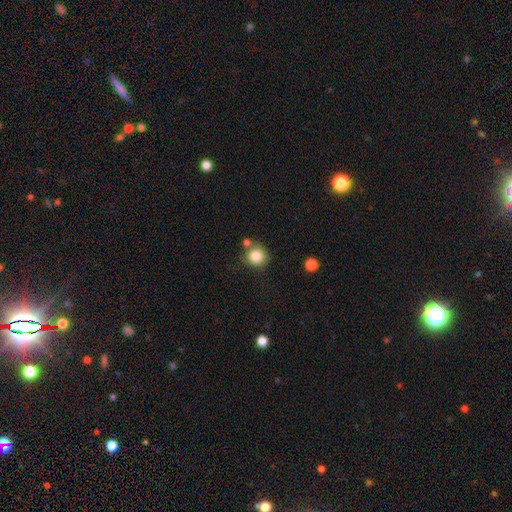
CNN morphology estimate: type=smooth (83%); roundness=round (90%); merging=none (66%).